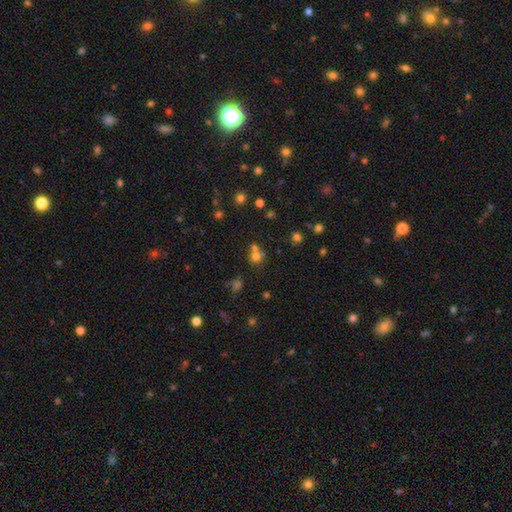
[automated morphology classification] smooth-or-featured: smooth: 61% | star or artifact: 26% | featured or disk: 13%
  how-rounded: round: 82% | in between: 17% | cigar-shaped: 1%
  merging: none: 48% | merger: 41% | minor disturbance: 7% | major disturbance: 4%